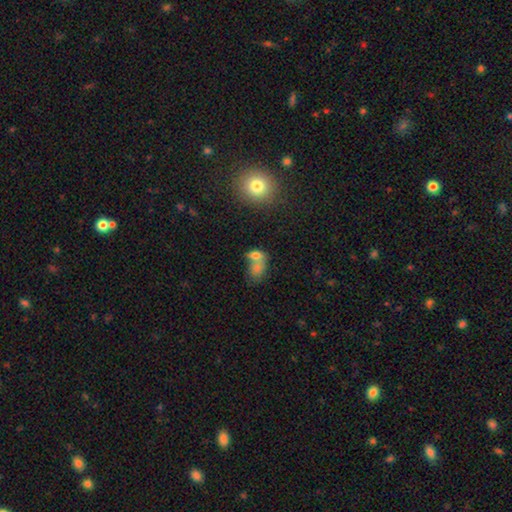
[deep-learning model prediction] The model was most divided on "merging": merger: 63%, none: 23%, minor disturbance: 8%, major disturbance: 6%. More confident: smooth or featured — smooth (72%); how rounded — in between (72%).